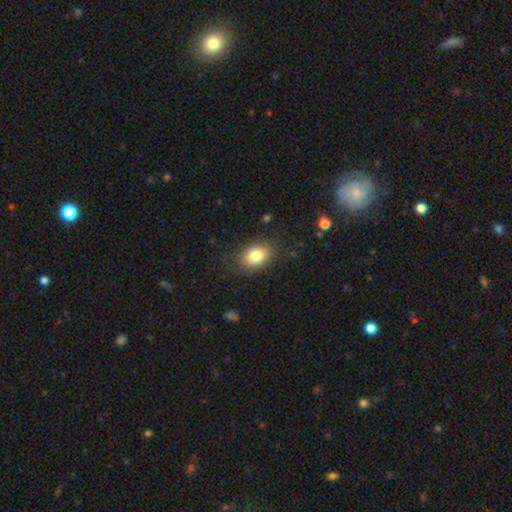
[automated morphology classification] This is clearly a smooth galaxy (82%). How rounded: likely in between (73%). Merging: clearly none (83%).